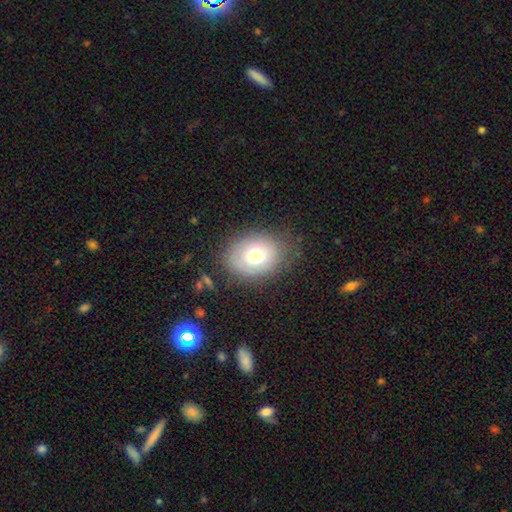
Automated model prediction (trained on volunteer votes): This appears to be a smooth galaxy with no disk features (73%) that is in between round and cigar-shaped (63%). Merging: none (74%).